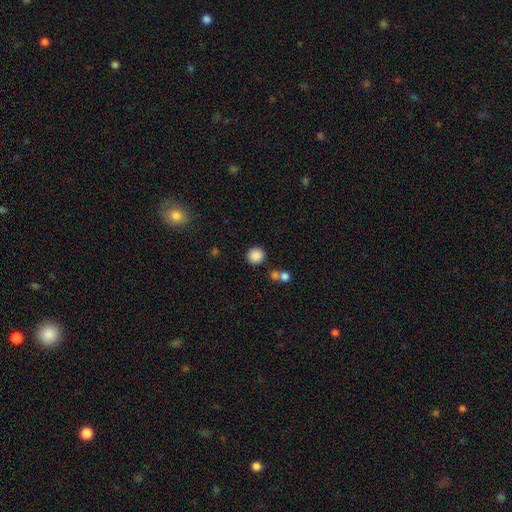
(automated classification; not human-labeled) The model was most divided on "merging": none: 83%, minor disturbance: 7%, merger: 7%, major disturbance: 3%. More confident: how rounded — round (90%); smooth or featured — smooth (87%).